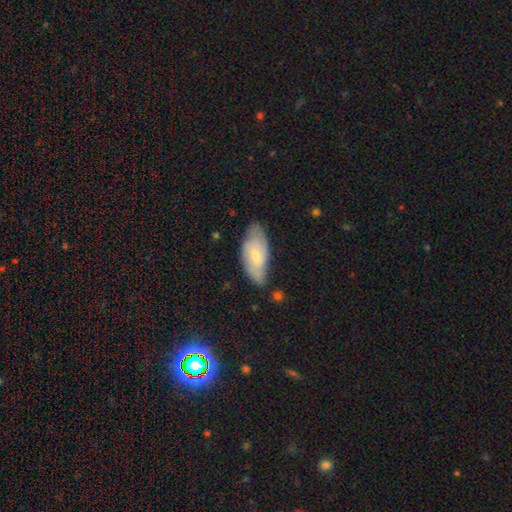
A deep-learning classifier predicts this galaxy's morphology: Overall: featured or disk (49%; smooth 45%). Merging: none (67%).